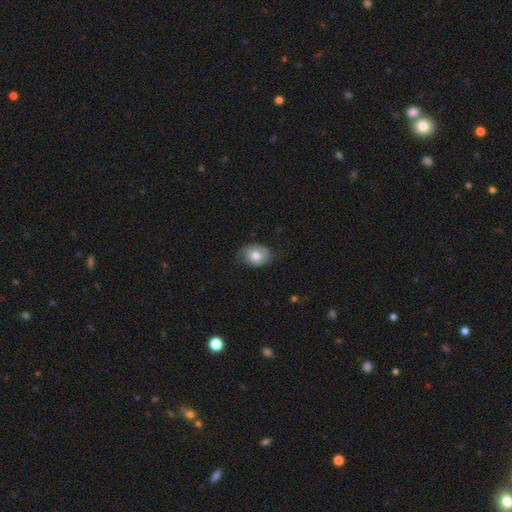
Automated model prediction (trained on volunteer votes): A smooth galaxy with no disk features (68%) that is in between round and cigar-shaped (60%). Merging: none (63%).